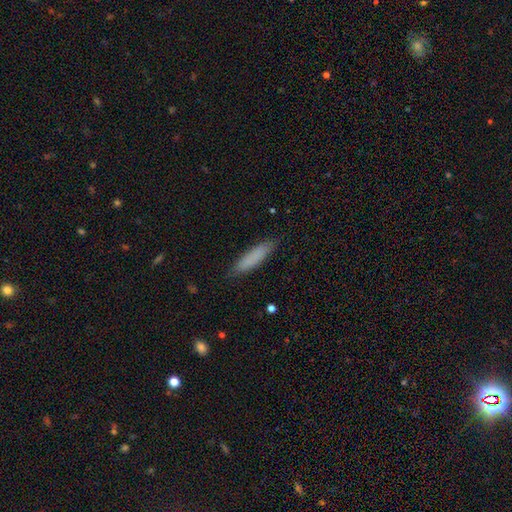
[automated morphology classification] Smooth or featured? smooth (83%)
How rounded? cigar-shaped (77%)
Merging? none (87%)